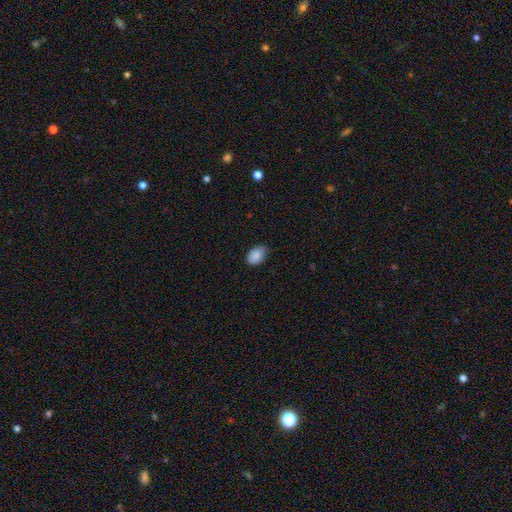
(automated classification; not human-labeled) Smooth or featured? Predicted: smooth (p=0.88). How rounded? Predicted: in between (p=0.84). Merging? Predicted: none (p=0.72).